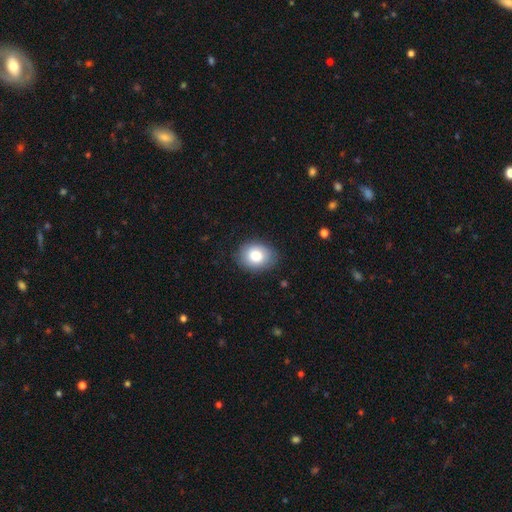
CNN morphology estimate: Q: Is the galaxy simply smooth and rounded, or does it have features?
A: smooth — 82%.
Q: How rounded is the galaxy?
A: in between — 56%.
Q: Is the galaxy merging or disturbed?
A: none — 84%.